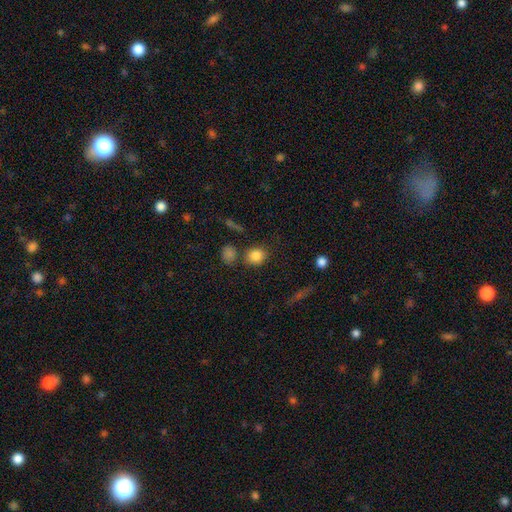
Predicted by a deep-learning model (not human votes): smooth-or-featured: smooth: 84% | star or artifact: 10% | featured or disk: 6%
  how-rounded: round: 69% | in between: 29% | cigar-shaped: 1%
  merging: none: 73% | minor disturbance: 12% | merger: 11% | major disturbance: 4%